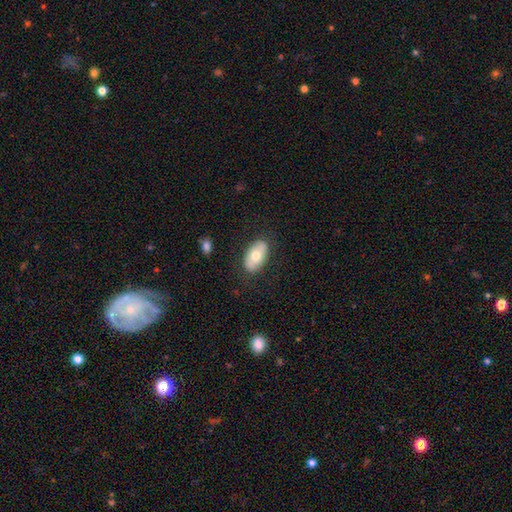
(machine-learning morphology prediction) This appears to be a smooth galaxy with no disk features (67%) that is in between round and cigar-shaped (93%). Merging: none (83%).